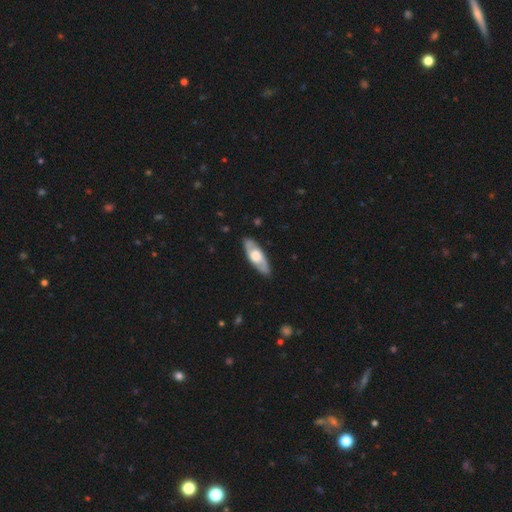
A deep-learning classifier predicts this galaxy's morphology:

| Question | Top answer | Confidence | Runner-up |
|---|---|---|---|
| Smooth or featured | featured or disk | 57% | smooth (39%) |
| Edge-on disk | no | 61% | yes (39%) |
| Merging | none | 87% | minor disturbance (10%) |